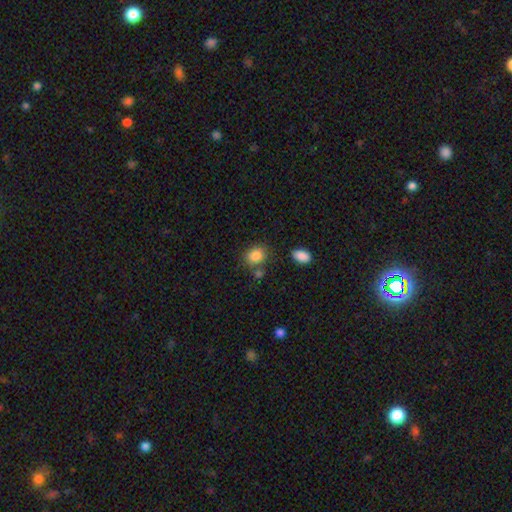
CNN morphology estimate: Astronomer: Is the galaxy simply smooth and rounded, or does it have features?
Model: smooth — 85%.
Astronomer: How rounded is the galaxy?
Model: round — 58% (runner-up: in between, 41%).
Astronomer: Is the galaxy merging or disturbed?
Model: none — 69%.